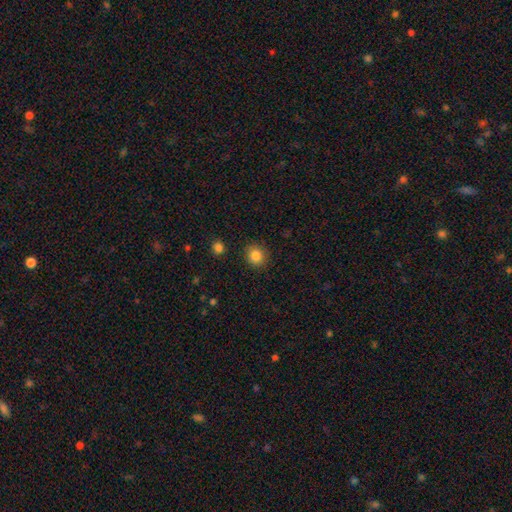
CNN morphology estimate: smooth-or-featured: smooth: 85% | star or artifact: 11% | featured or disk: 4%
  how-rounded: round: 87% | in between: 12% | cigar-shaped: 1%
  merging: none: 89% | minor disturbance: 7% | major disturbance: 2% | merger: 2%